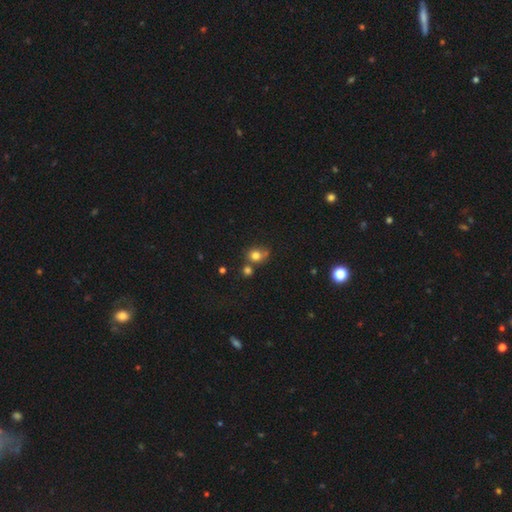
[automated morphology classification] Q: Smooth or featured?
A: smooth (78%); runner-up: star or artifact (13%)
Q: How rounded?
A: round (78%); runner-up: in between (21%)
Q: Merging?
A: none (52%); runner-up: merger (27%)